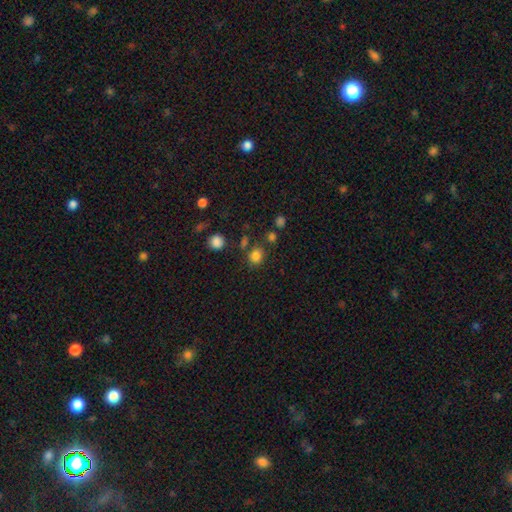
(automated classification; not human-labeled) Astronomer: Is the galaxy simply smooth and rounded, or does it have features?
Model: smooth — 80%.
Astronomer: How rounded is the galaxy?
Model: round — 76%.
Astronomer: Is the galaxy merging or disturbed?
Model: none — 76%.